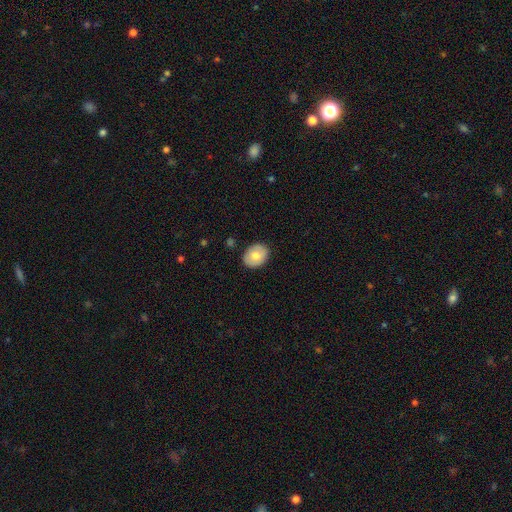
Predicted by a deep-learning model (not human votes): The model was most divided on "how rounded": in between: 59%, round: 40%, cigar-shaped: 1%. More confident: merging — none (87%); smooth or featured — smooth (72%).